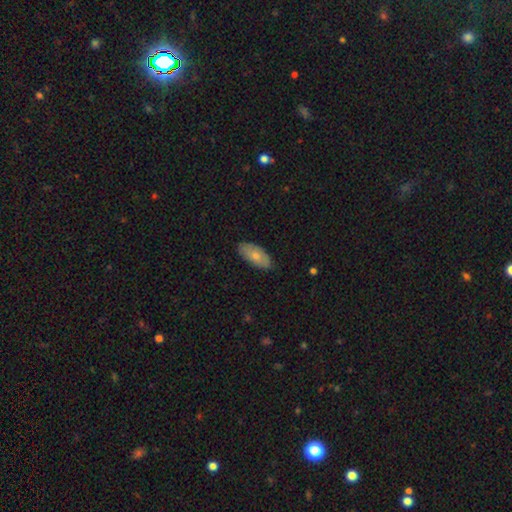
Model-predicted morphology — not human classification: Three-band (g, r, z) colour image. It shows a smooth galaxy with no disk features (73%) that is in between round and cigar-shaped (91%). Merging: none (83%).